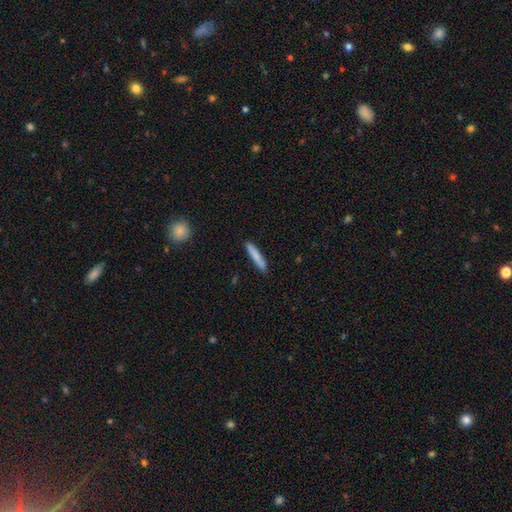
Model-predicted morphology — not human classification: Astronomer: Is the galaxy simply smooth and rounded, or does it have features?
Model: smooth — 81%.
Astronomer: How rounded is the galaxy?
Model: cigar-shaped — 91%.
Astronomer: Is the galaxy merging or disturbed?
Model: none — 86%.